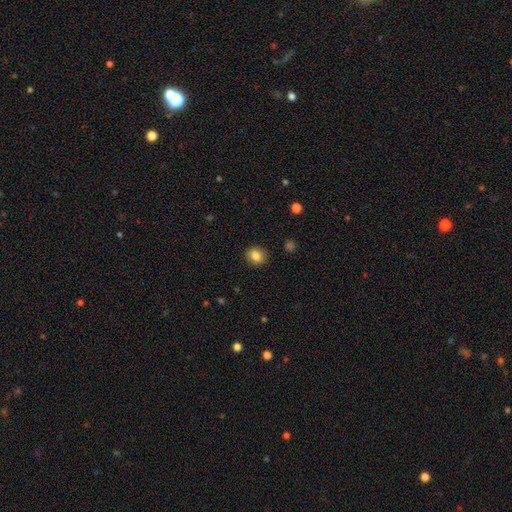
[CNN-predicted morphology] Overall: smooth (84%). How rounded: round (67%; in between 32%). Merging: none (90%).